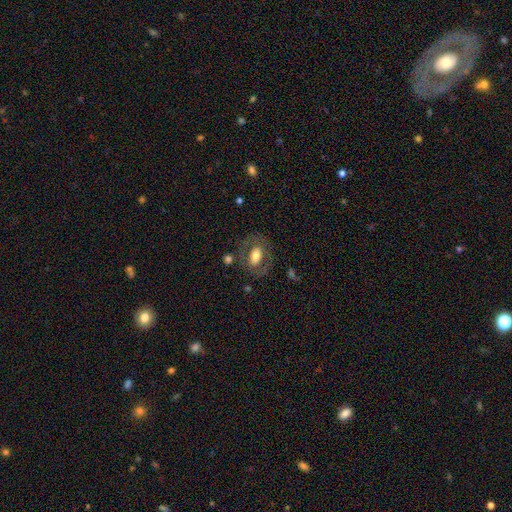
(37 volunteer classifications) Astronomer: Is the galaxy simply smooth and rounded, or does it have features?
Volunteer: smooth — 59% (runner-up: featured or disk, 35%).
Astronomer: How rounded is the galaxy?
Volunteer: in between — 86%.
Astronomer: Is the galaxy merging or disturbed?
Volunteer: none — 69%.